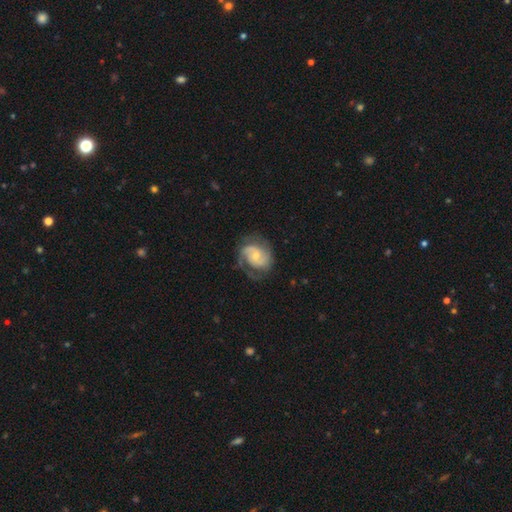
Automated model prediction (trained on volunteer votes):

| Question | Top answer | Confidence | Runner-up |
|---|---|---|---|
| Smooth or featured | featured or disk | 77% | smooth (18%) |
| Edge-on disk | no | 97% | yes (3%) |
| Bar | no | 57% | weak (35%) |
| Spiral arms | yes | 92% | no (8%) |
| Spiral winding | medium | 45% | tight (36%) |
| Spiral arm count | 2 | 72% | can't tell (13%) |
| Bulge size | small | 49% | moderate (45%) |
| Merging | none | 61% | minor disturbance (22%) |